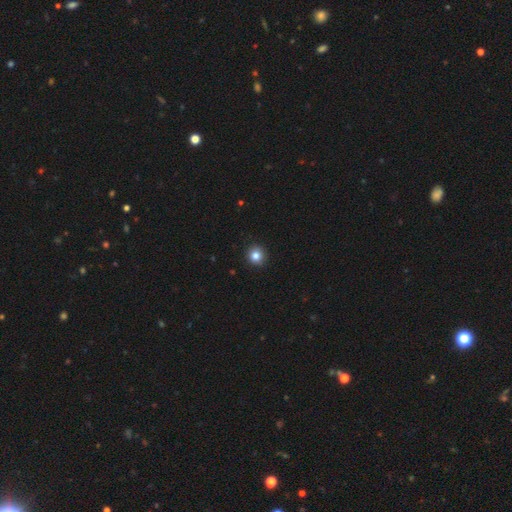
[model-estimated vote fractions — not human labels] Smooth or featured: smooth — 84% (star or artifact — 11%)
How rounded: round — 93% (in between — 6%)
Merging: none — 93% (minor disturbance — 5%)